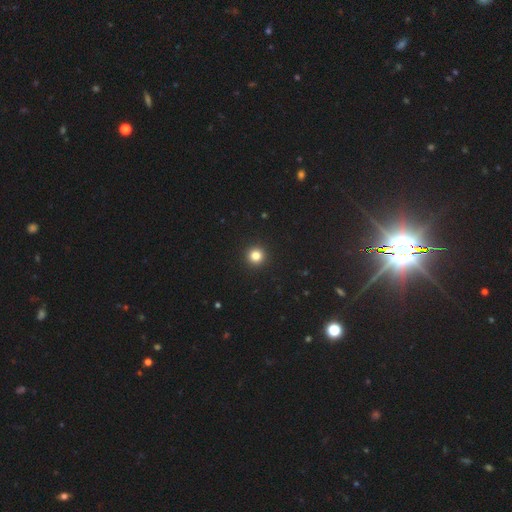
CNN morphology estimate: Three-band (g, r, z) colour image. It shows a smooth galaxy with no disk features (82%) that is round (96%). Merging: none (94%).